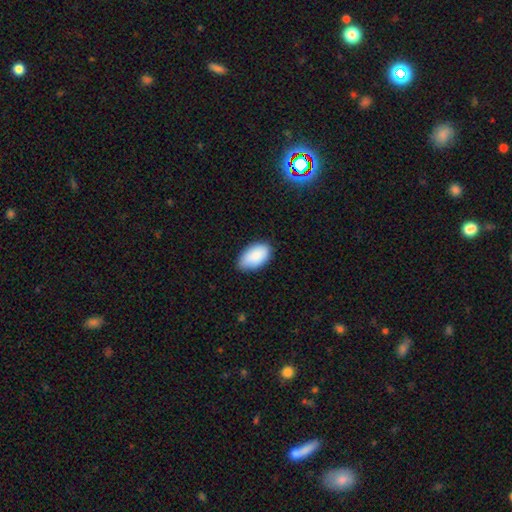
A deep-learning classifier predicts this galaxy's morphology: smooth 88%, star or artifact 6%, featured or disk 6%. Down the decision tree: how rounded — in between (95%); merging — none (77%).